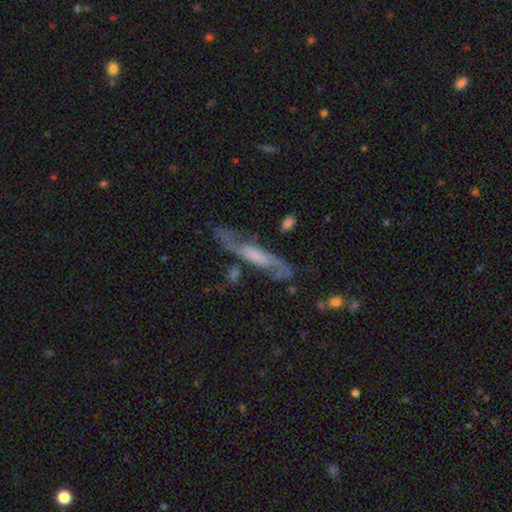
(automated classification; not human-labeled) The model was most divided on "bar": weak: 40%, no: 39%, strong: 22%. Remaining: spiral arms — yes (93%); spiral arm count — 2 (90%); smooth or featured — featured or disk (80%); edge-on disk — no (73%); merging — none (66%); spiral winding — loose (48%); bulge size — small (32%).